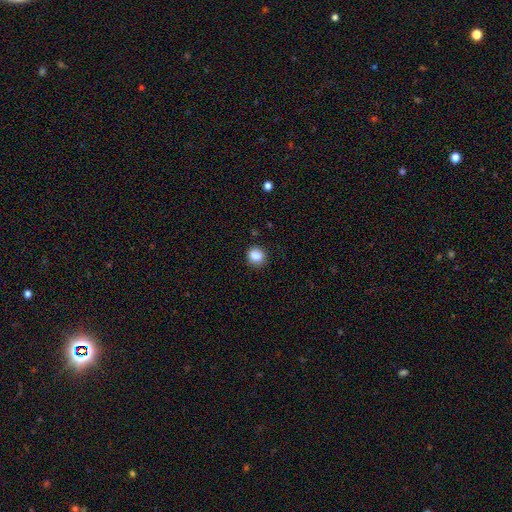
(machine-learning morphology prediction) Smooth or featured? Predicted: smooth (p=0.85). How rounded? Predicted: round (p=0.76). Merging? Predicted: none (p=0.77).